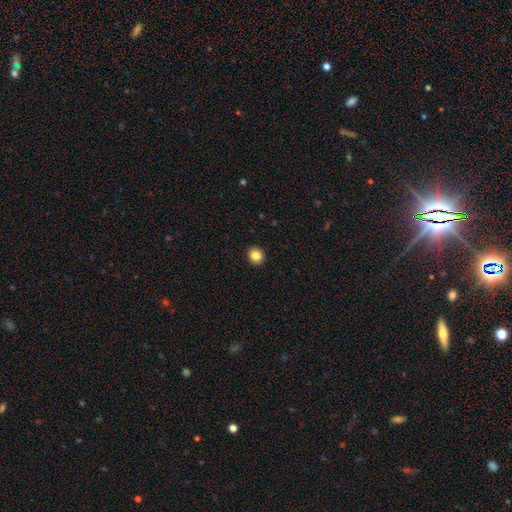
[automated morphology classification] This is clearly a smooth galaxy (84%). How rounded: clearly round (82%). Merging: clearly none (93%).